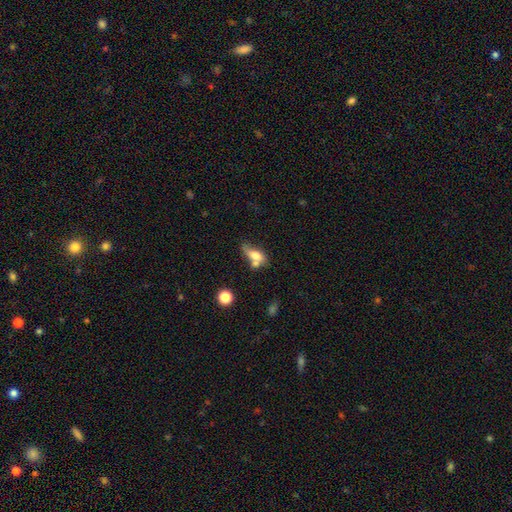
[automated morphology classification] type=smooth (62%); roundness=in between (73%); merging=merger (36%).